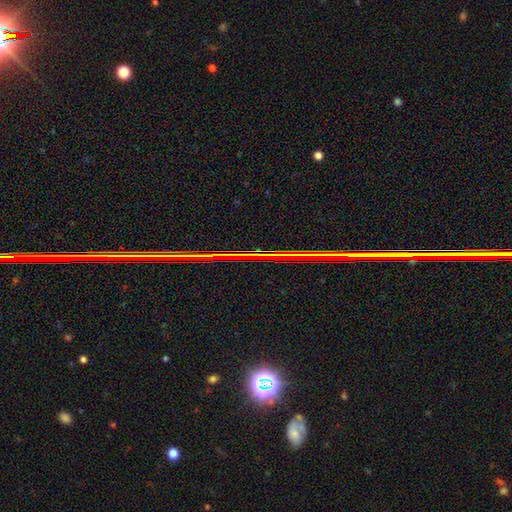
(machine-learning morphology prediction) Smooth or featured?
  - star or artifact: 84% *
  - smooth: 8%
  - featured or disk: 8%